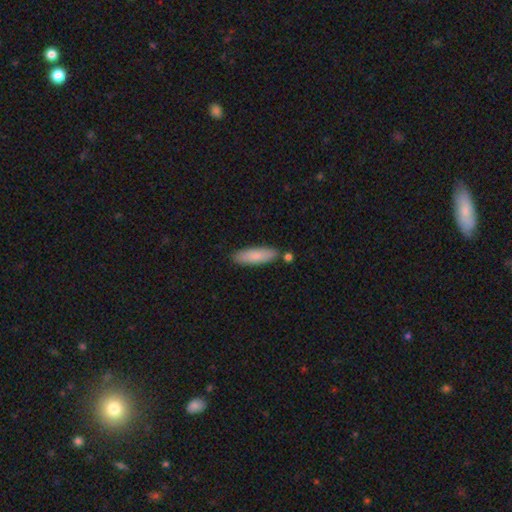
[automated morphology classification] The model was most divided on "how rounded": cigar-shaped: 58%, in between: 41%, round: 2%. More confident: smooth or featured — smooth (82%); merging — none (81%).